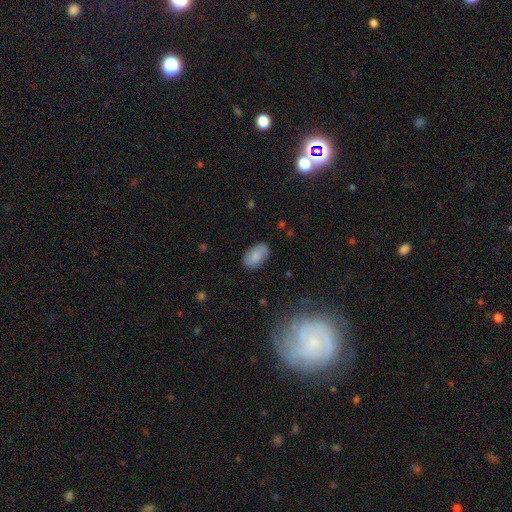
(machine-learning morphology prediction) A smooth galaxy with no disk features (80%) that is in between round and cigar-shaped (93%). Merging: none (82%).